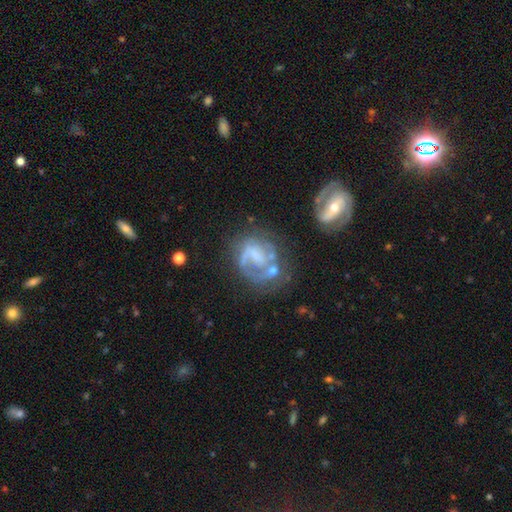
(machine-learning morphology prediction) Smooth or featured: featured or disk — 72% (smooth — 19%)
Edge-on disk: no — 97% (yes — 3%)
Bar: no — 47% (weak — 36%)
Spiral arms: yes — 69% (no — 31%)
Bulge size: none — 47% (small — 24%)
Merging: none — 39% (major disturbance — 27%)